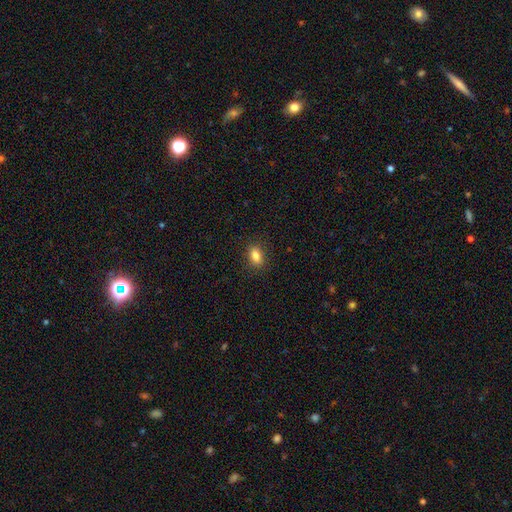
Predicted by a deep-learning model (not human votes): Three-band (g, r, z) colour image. It shows a smooth galaxy with no disk features (84%) that is in between round and cigar-shaped (81%). Merging: none (87%).